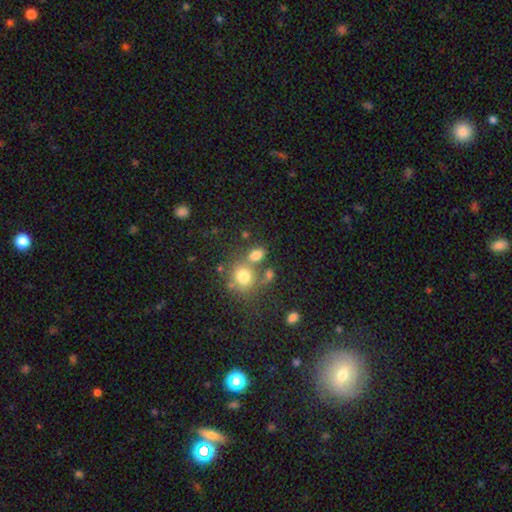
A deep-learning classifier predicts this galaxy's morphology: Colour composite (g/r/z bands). It shows a smooth galaxy with no disk features (76%) that is in between round and cigar-shaped (56%). Merging: none (52%).